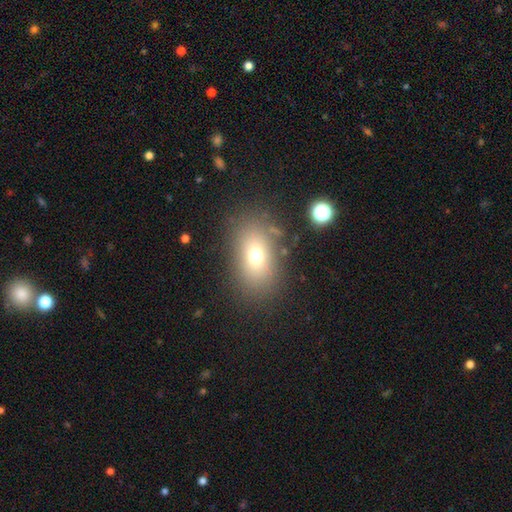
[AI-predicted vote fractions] Overall: smooth (69%). How rounded: in between (77%). Merging: none (80%).